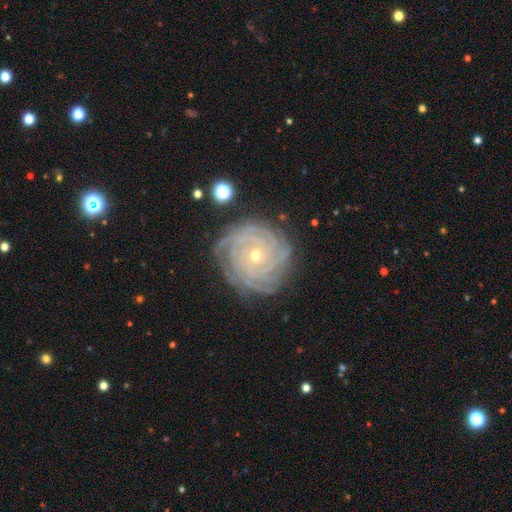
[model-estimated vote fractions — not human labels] Overall: featured or disk (90%). Edge-on disk: no (98%). Bar: no (74%). Spiral arms: yes (98%). Spiral arm count: more than 4 (34%; 4 26%). Spiral winding: tight (88%). Bulge size: small (64%; moderate 34%). Merging: none (83%).